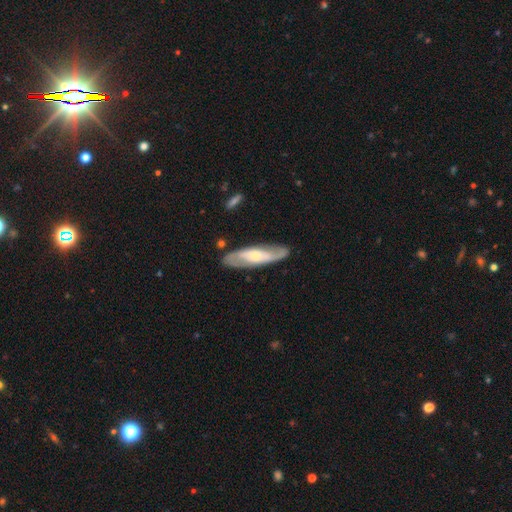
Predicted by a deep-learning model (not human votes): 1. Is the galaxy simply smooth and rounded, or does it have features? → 66% featured or disk, 29% smooth, 5% star or artifact.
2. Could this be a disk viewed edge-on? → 77% no, 23% yes.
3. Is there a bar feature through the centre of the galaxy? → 47% no, 38% weak, 15% strong.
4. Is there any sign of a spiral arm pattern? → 85% yes, 15% no.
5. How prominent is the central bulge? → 49% moderate, 28% small, 15% large, 5% none, 2% dominant.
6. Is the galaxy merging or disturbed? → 81% none, 13% minor disturbance, 4% major disturbance, 2% merger.